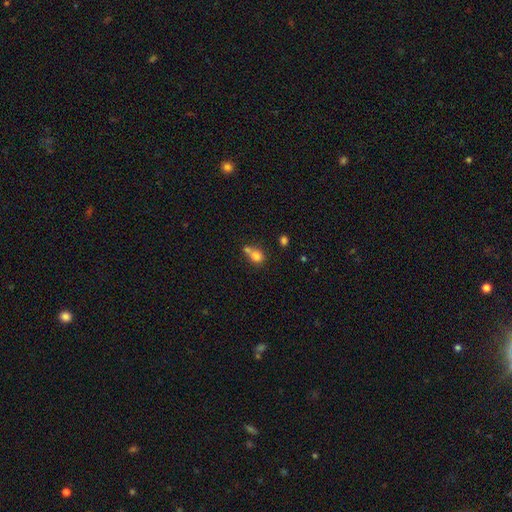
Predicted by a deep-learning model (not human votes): This is likely a smooth galaxy (77%). How rounded: possibly round (58%). Merging: possibly merger (48%).